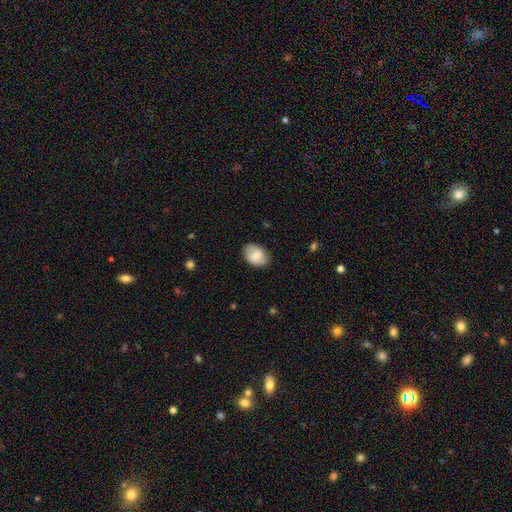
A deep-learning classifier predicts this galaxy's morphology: The model was most divided on "smooth or featured": smooth: 73%, featured or disk: 20%, star or artifact: 7%. More confident: how rounded — in between (81%); merging — none (78%).